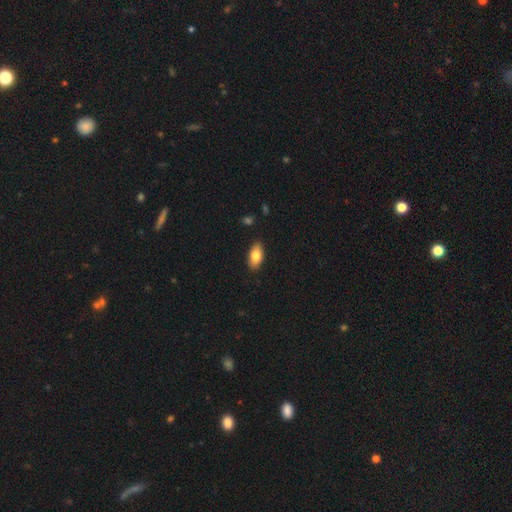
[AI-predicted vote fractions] Smooth or featured: smooth — 80% (featured or disk — 13%)
How rounded: in between — 91% (cigar-shaped — 6%)
Merging: none — 88% (minor disturbance — 9%)